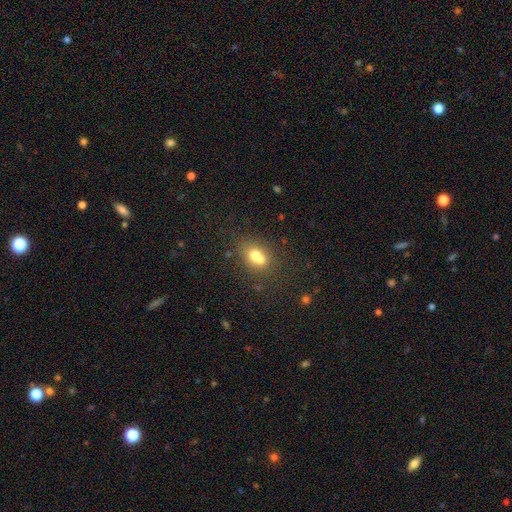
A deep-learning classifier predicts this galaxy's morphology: A smooth galaxy with no disk features (68%) that is in between round and cigar-shaped (60%).

Vote fractions:
- Smooth or featured? smooth: 68% / featured or disk: 19% / star or artifact: 12%
- How rounded? in between: 60% / round: 37% / cigar-shaped: 2%
- Merging? merger: 46% / none: 37% / minor disturbance: 12% / major disturbance: 5%